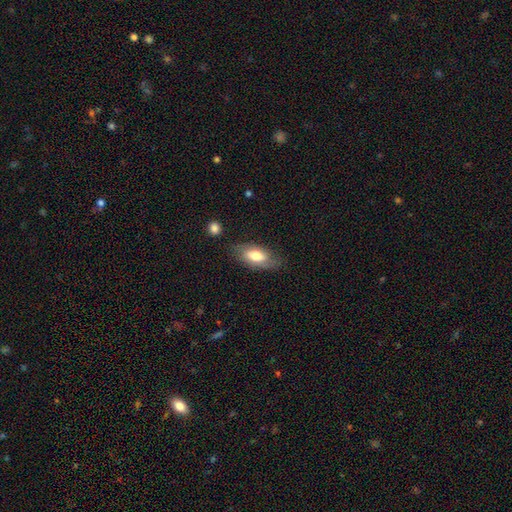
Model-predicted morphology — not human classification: Overall: smooth (66%; featured or disk 27%). How rounded: in between (88%). Merging: none (74%).